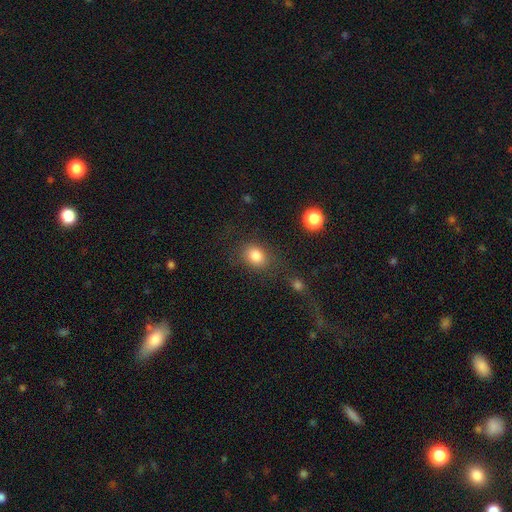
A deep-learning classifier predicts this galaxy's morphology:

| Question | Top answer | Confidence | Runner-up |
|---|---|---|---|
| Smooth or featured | smooth | 83% | star or artifact (10%) |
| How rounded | in between | 54% | round (45%) |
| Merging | none | 73% | minor disturbance (14%) |